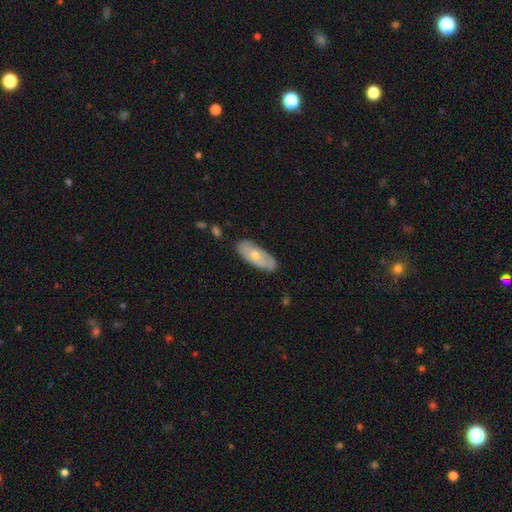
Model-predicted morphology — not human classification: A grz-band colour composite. It shows a smooth galaxy with no disk features (57%) that is in between round and cigar-shaped (80%). Merging: none (78%).